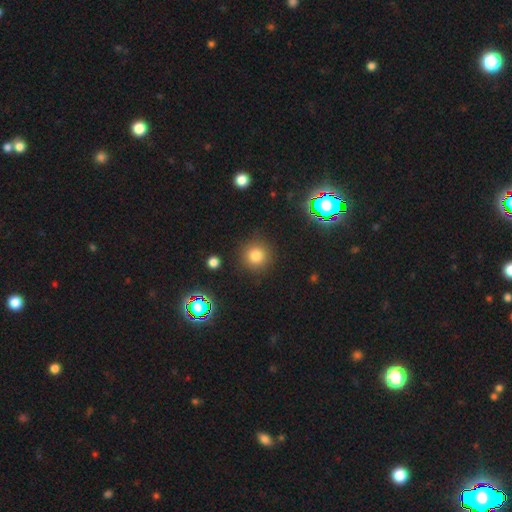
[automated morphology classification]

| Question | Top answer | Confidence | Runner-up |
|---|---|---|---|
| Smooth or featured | smooth | 79% | star or artifact (15%) |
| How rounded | round | 94% | in between (5%) |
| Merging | none | 89% | minor disturbance (7%) |